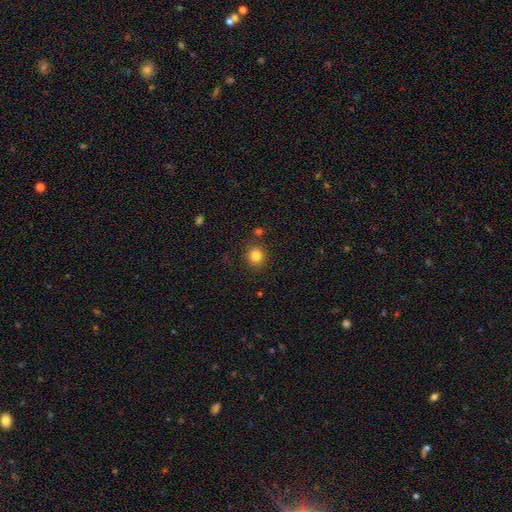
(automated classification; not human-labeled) A smooth galaxy with no disk features (84%) that is round (89%).

Vote fractions:
- Smooth or featured? smooth: 84% / star or artifact: 12% / featured or disk: 5%
- How rounded? round: 89% / in between: 10% / cigar-shaped: 1%
- Merging? none: 86% / minor disturbance: 8% / merger: 3% / major disturbance: 3%